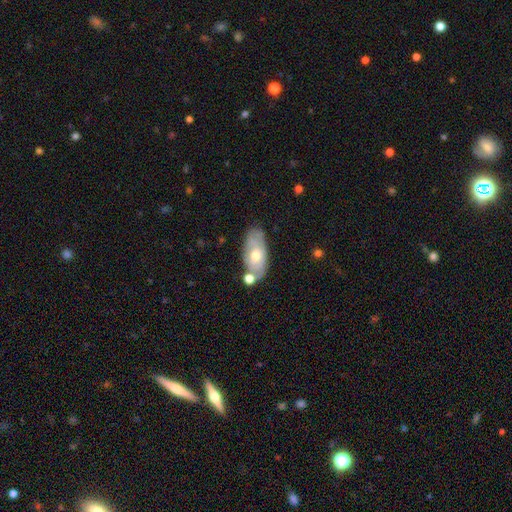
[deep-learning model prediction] Smooth or featured?
  - smooth: 48% *
  - featured or disk: 46%
  - star or artifact: 6%
Merging?
  - none: 58% *
  - minor disturbance: 20%
  - merger: 16%
  - major disturbance: 6%